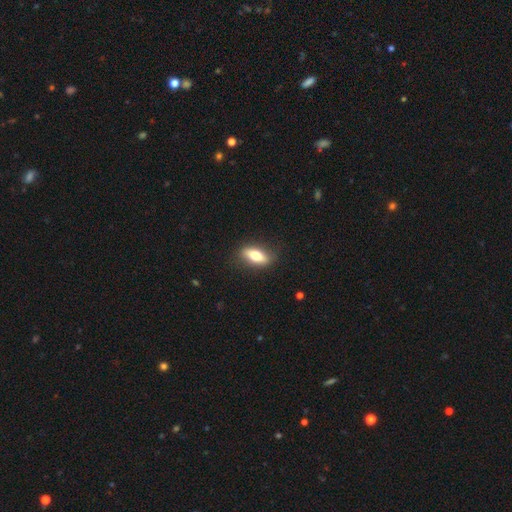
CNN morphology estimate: smooth 68%, featured or disk 25%, star or artifact 7%. Down the decision tree: how rounded — in between (72%); merging — none (84%).